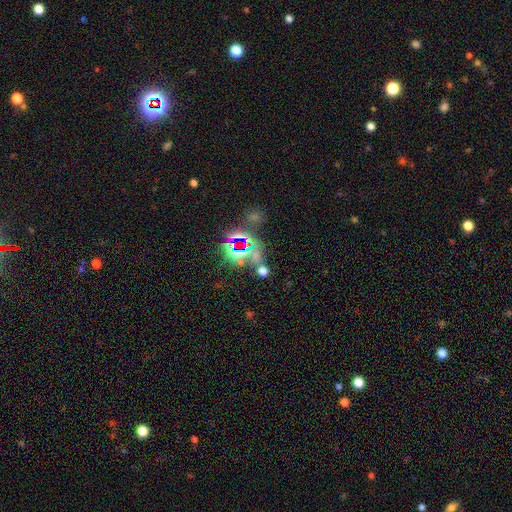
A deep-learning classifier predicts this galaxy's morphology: A star or artifact, not a galaxy (67%).

Vote fractions:
- Smooth or featured? star or artifact: 67% / smooth: 22% / featured or disk: 11%